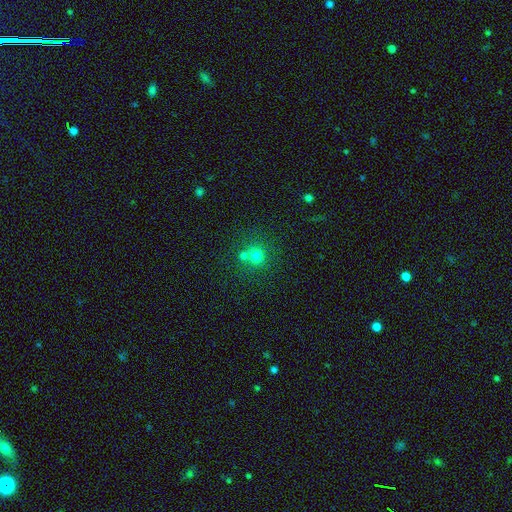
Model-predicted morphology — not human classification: smooth_or_featured: smooth (p=0.74) [alt: star or artifact p=0.16]
how_rounded: round (p=0.89) [alt: in between p=0.10]
merging: none (p=0.56) [alt: merger p=0.34]